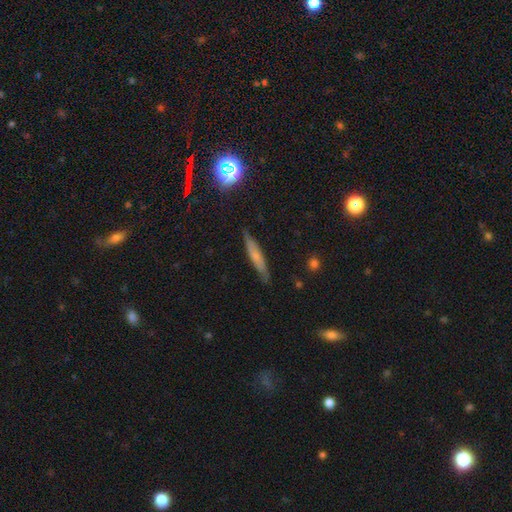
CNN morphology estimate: This appears to be a smooth galaxy with no disk features (55%) that is cigar-shaped (88%). Merging: none (81%).